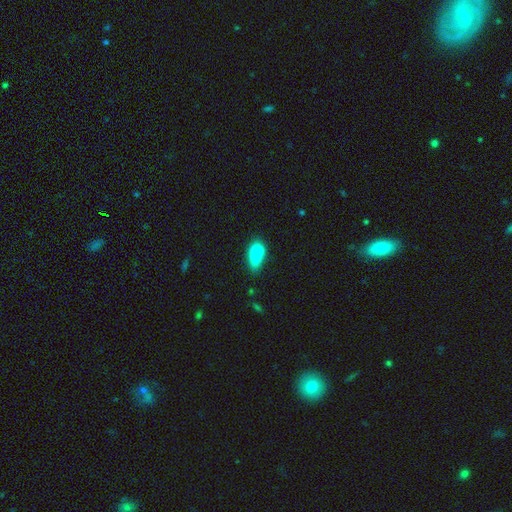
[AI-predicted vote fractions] Overall: smooth (67%). How rounded: in between (65%). Merging: merger (51%; none 29%).